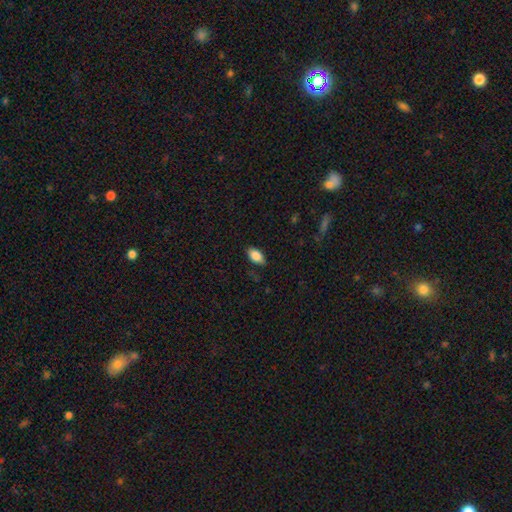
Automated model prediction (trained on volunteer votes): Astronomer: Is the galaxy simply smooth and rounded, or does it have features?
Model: smooth — 86%.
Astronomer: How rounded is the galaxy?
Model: in between — 92%.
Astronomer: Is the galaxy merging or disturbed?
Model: none — 83%.